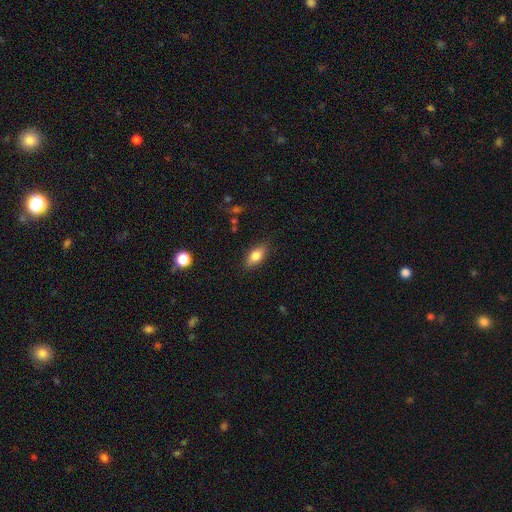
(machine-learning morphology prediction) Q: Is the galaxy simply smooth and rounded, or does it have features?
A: smooth — 80%.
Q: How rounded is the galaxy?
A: in between — 86%.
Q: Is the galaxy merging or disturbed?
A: none — 85%.